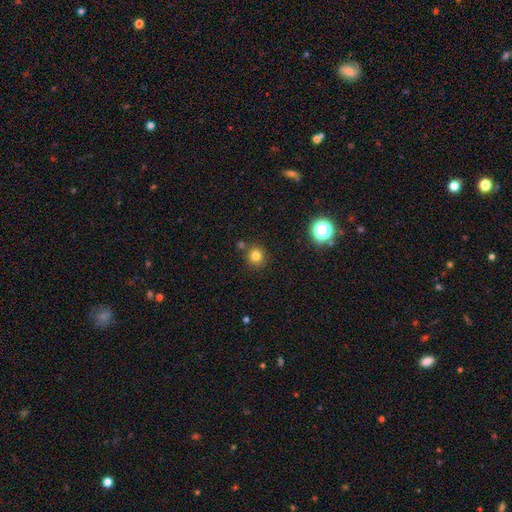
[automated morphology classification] A smooth galaxy with no disk features (79%) that is round (90%).

Vote fractions:
- Smooth or featured? smooth: 79% / star or artifact: 15% / featured or disk: 7%
- How rounded? round: 90% / in between: 9% / cigar-shaped: 1%
- Merging? none: 80% / merger: 9% / minor disturbance: 9% / major disturbance: 3%